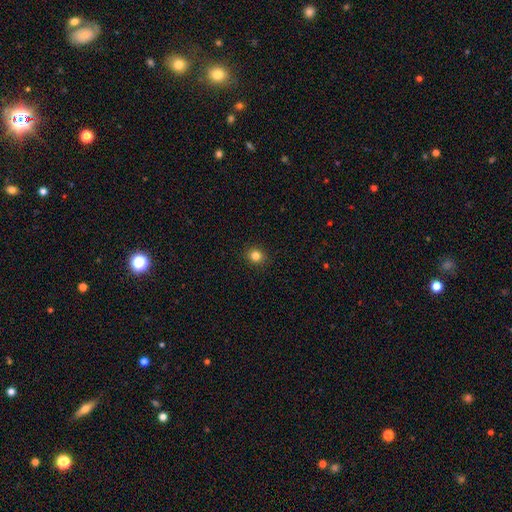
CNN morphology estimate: Overall: smooth (83%). How rounded: round (84%). Merging: none (92%).